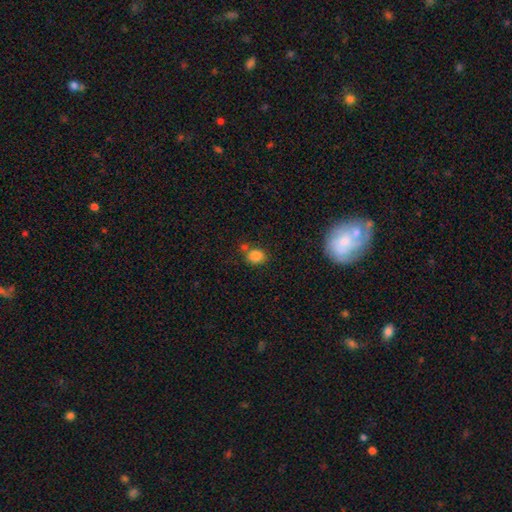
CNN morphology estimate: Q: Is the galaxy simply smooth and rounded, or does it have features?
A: smooth — 84%.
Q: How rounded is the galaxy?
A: round — 53%.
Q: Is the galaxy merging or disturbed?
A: none — 63%.